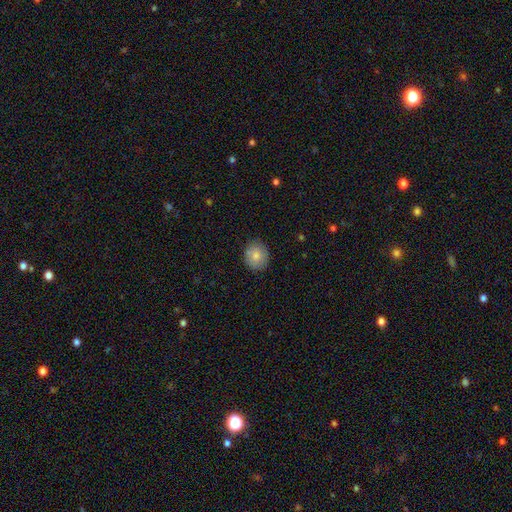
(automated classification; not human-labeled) Smooth or featured? Predicted: smooth (p=0.79). How rounded? Predicted: round (p=0.80). Merging? Predicted: none (p=0.87).